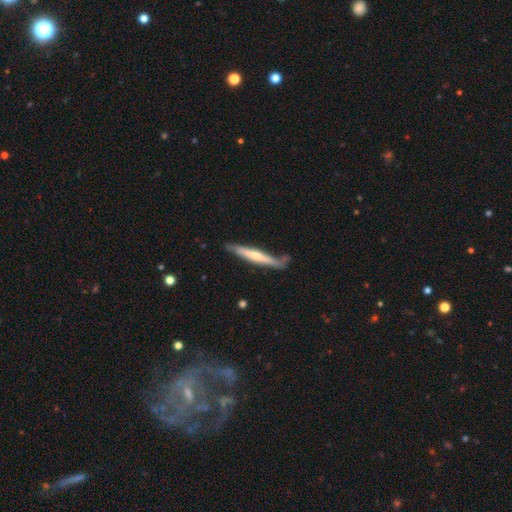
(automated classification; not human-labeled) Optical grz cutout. It shows a featured or disk galaxy (53%) viewed edge-on (94%). Merging: none (74%).